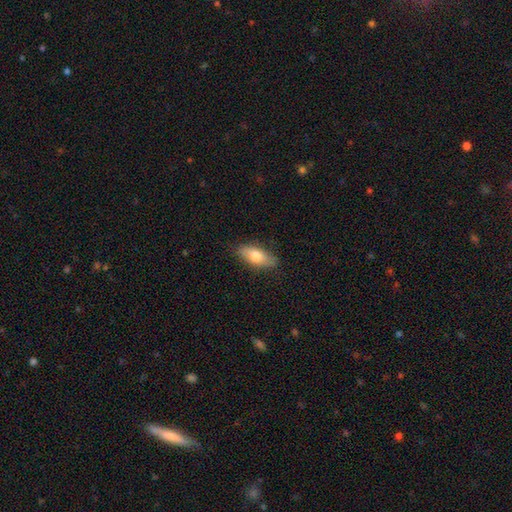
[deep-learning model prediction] smooth_or_featured: smooth (p=0.72) [alt: featured or disk p=0.21]
how_rounded: in between (p=0.79) [alt: cigar-shaped p=0.18]
merging: none (p=0.83) [alt: minor disturbance p=0.13]